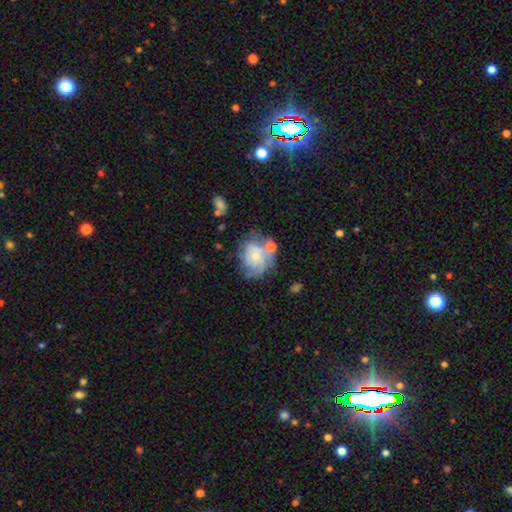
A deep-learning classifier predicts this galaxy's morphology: A featured or disk galaxy (55%) with no bar (80%), spiral arms (73%) and a small central bulge (65%).

Vote fractions:
- Smooth or featured? featured or disk: 55% / smooth: 37% / star or artifact: 8%
- Edge-on disk? no: 97% / yes: 3%
- Bar? no: 80% / weak: 17% / strong: 3%
- Spiral arms? yes: 73% / no: 27%
- Bulge size? small: 65% / moderate: 26% / none: 5% / large: 2% / dominant: 1%
- Merging? none: 44% / minor disturbance: 25% / major disturbance: 16% / merger: 15%